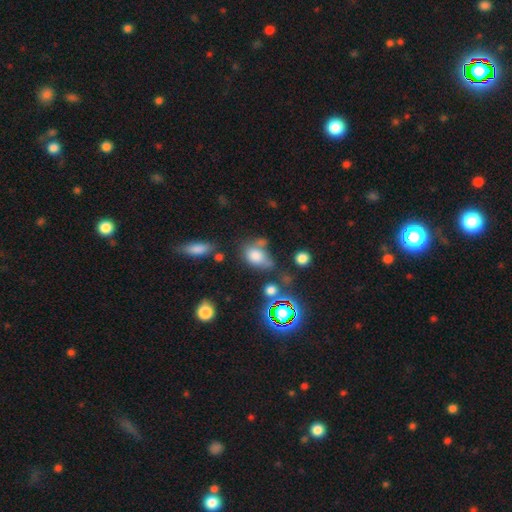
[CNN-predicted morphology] Smooth or featured? Predicted: smooth (p=0.73). How rounded? Predicted: in between (p=0.76). Merging? Predicted: none (p=0.34).